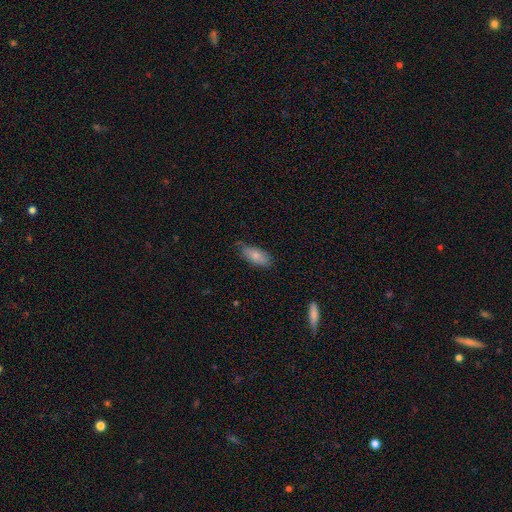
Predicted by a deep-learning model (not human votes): A smooth galaxy with no disk features (81%) that is in between round and cigar-shaped (84%).

Vote fractions:
- Smooth or featured? smooth: 81% / featured or disk: 13% / star or artifact: 6%
- How rounded? in between: 84% / cigar-shaped: 14% / round: 2%
- Merging? none: 72% / minor disturbance: 23% / major disturbance: 4% / merger: 2%